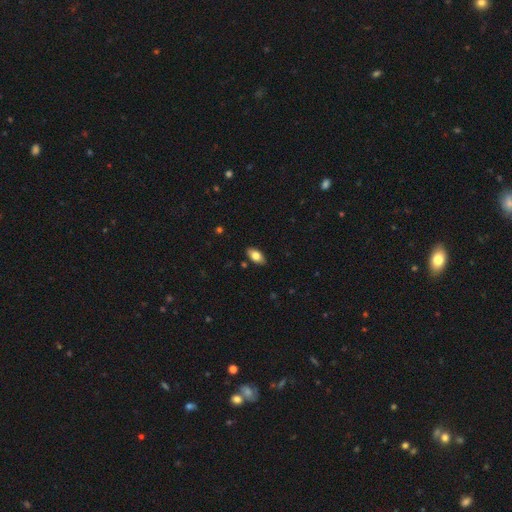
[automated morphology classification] This appears to be a smooth galaxy with no disk features (78%) that is in between round and cigar-shaped (92%). Merging: none (88%).